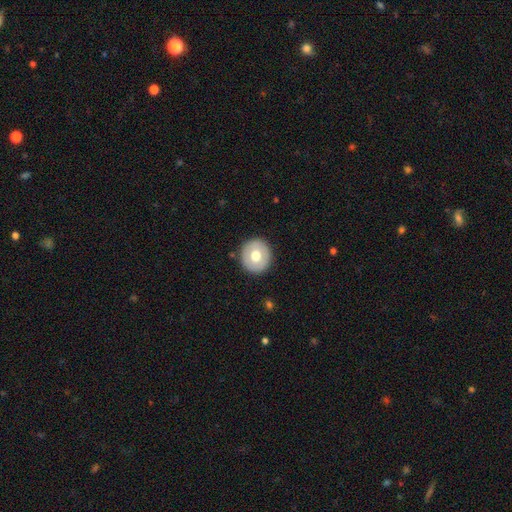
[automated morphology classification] Smooth or featured? Predicted: smooth (p=0.64). How rounded? Predicted: round (p=0.90). Merging? Predicted: none (p=0.90).